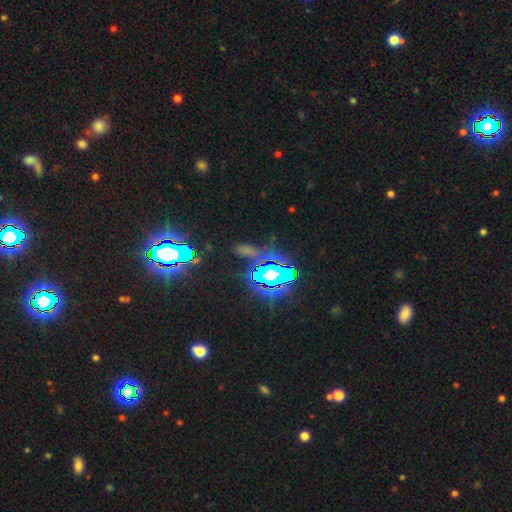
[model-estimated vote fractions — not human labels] Smooth or featured? star or artifact (81%)